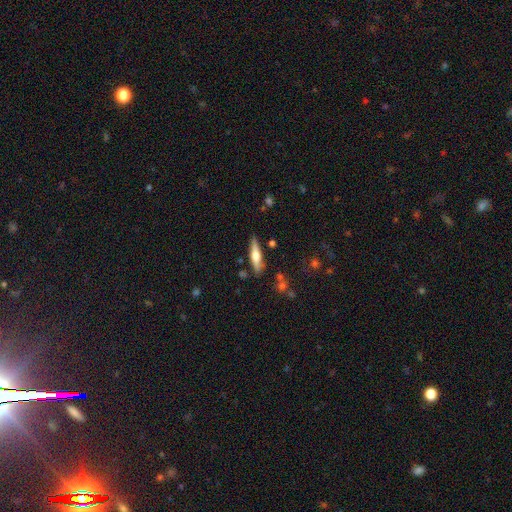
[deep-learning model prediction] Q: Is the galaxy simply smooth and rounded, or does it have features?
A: featured or disk — 50%.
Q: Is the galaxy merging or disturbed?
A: none — 84%.